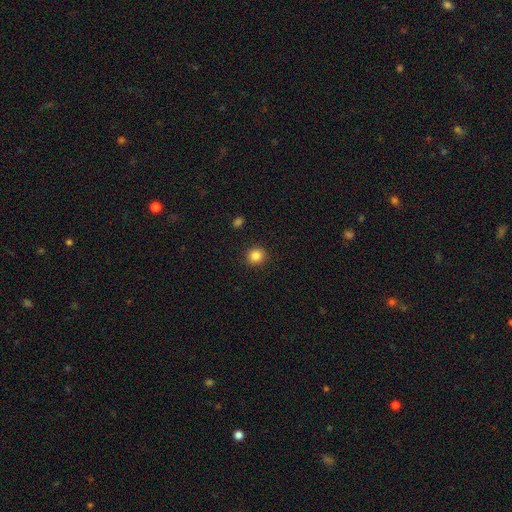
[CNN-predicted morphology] Smooth or featured: smooth — 85% (star or artifact — 10%)
How rounded: round — 88% (in between — 12%)
Merging: none — 91% (minor disturbance — 5%)